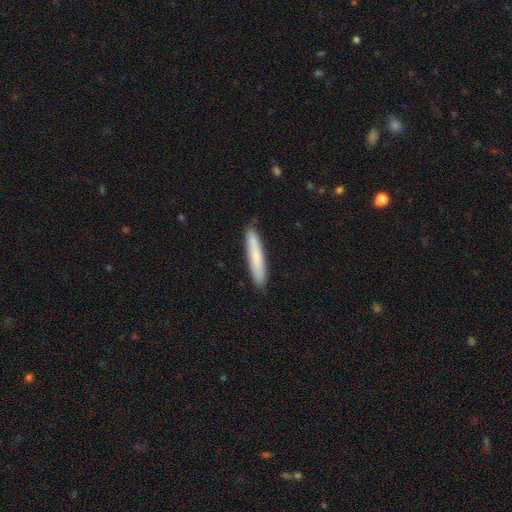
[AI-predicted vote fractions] This is likely a smooth galaxy (74%). How rounded: clearly cigar-shaped (94%). Merging: clearly none (87%).